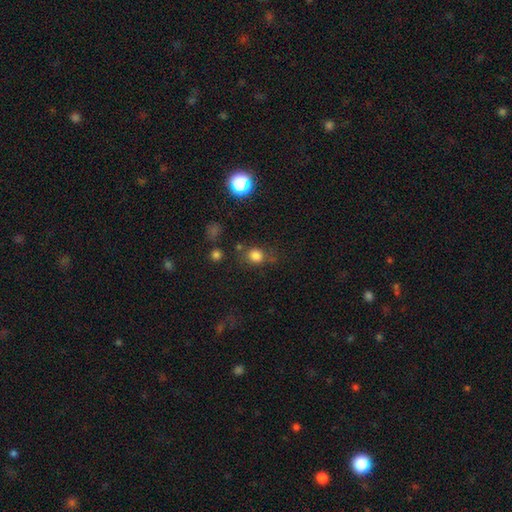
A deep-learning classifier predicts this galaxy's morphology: type=smooth (79%); roundness=round (75%); merging=none (68%).